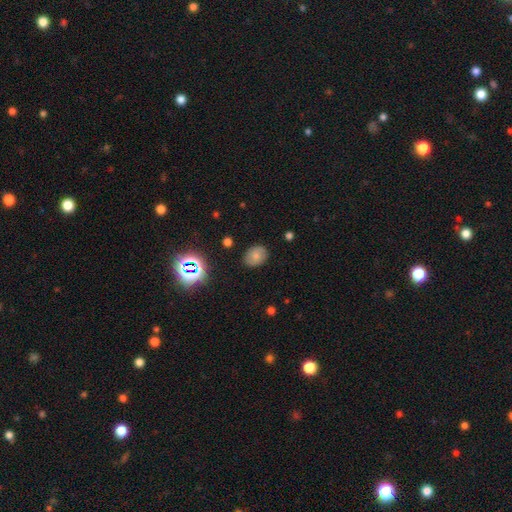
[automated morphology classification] This appears to be a smooth galaxy with no disk features (68%) that is in between round and cigar-shaped (60%). Merging: none (85%).